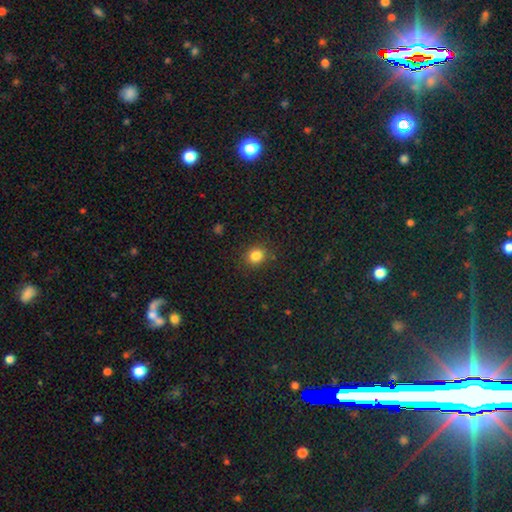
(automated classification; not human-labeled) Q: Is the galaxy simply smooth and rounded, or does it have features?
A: smooth — 83%.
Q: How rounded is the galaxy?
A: round — 76%.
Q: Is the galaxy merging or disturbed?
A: none — 86%.